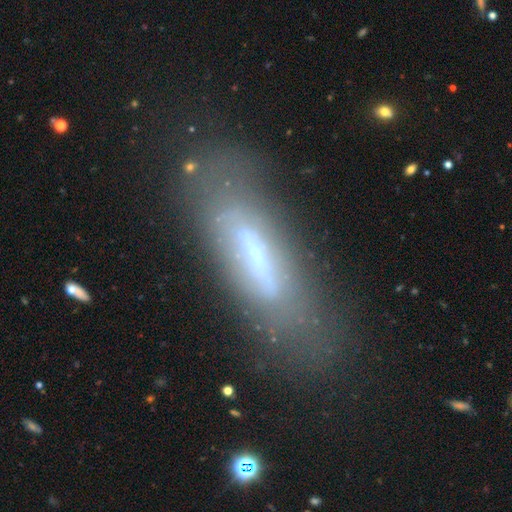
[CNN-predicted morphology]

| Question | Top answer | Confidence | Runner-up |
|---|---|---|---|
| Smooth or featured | featured or disk | 57% | smooth (31%) |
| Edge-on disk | yes | 55% | no (45%) |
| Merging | none | 67% | minor disturbance (18%) |